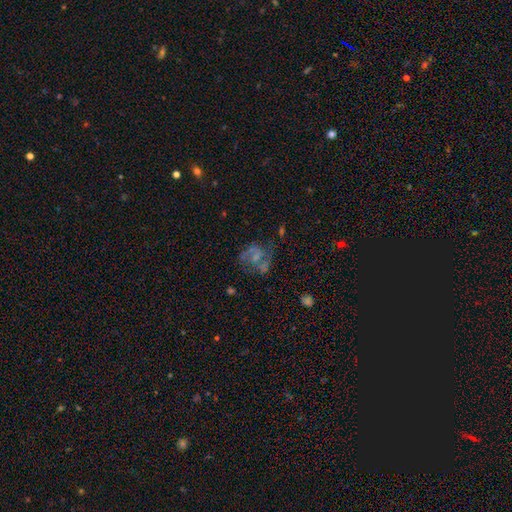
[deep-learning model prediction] Smooth or featured?
  - featured or disk: 60% *
  - smooth: 27%
  - star or artifact: 13%
Edge-on disk?
  - no: 98% *
  - yes: 2%
Bar?
  - no: 59% *
  - weak: 33%
  - strong: 8%
Spiral arms?
  - yes: 68% *
  - no: 32%
Bulge size?
  - none: 42% *
  - small: 32%
  - moderate: 20%
  - large: 4%
  - dominant: 2%
Merging?
  - none: 46% *
  - major disturbance: 26%
  - minor disturbance: 21%
  - merger: 7%